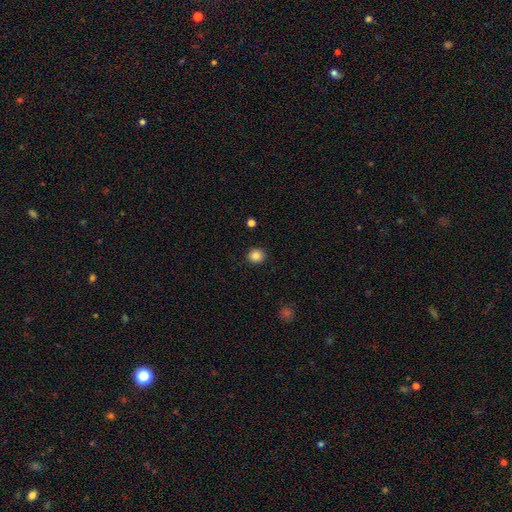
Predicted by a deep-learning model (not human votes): Overall: smooth (85%). How rounded: round (86%). Merging: none (91%).